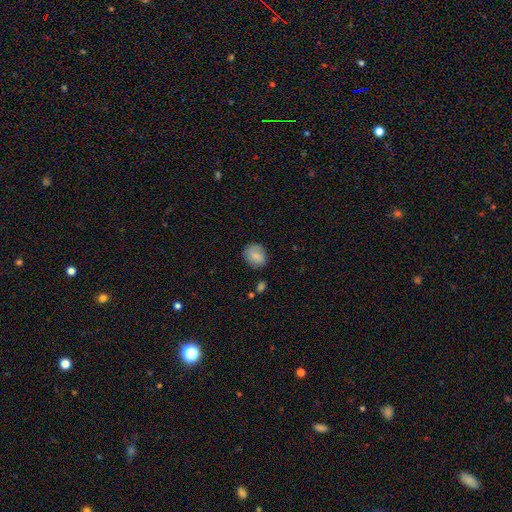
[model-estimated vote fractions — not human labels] Smooth or featured? Predicted: smooth (p=0.82). How rounded? Predicted: round (p=0.54). Merging? Predicted: none (p=0.75).